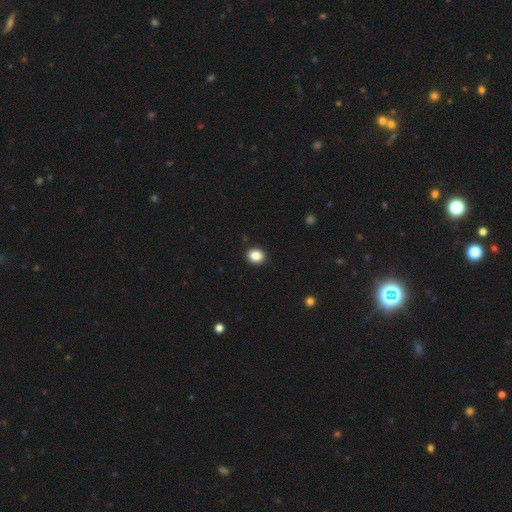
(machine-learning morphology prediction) This appears to be a smooth galaxy with no disk features (86%) that is round (64%). Merging: none (92%).